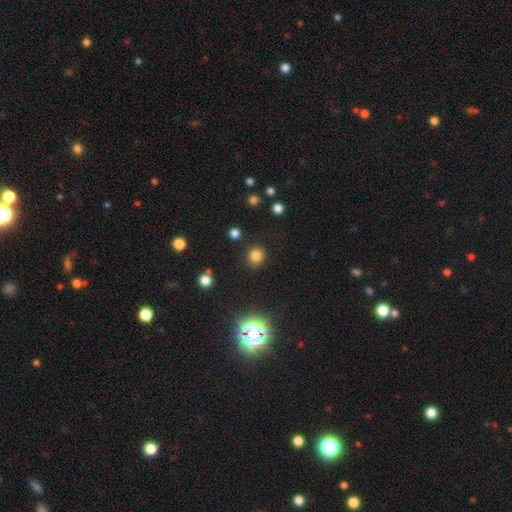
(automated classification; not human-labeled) smooth_or_featured: smooth (p=0.80) [alt: star or artifact p=0.15]
how_rounded: round (p=0.83) [alt: in between p=0.16]
merging: none (p=0.88) [alt: minor disturbance p=0.07]